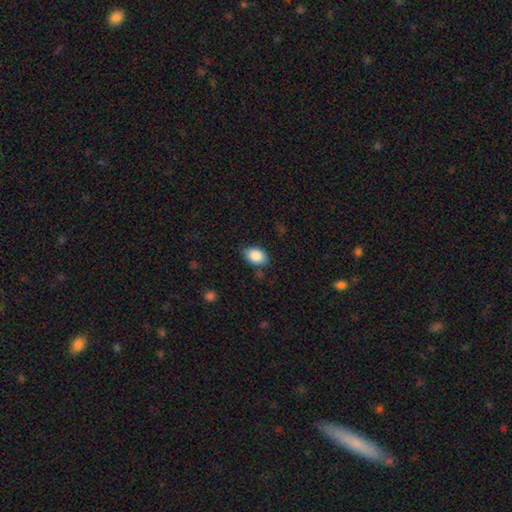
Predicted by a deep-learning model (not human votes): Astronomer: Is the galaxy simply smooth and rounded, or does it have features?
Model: smooth — 87%.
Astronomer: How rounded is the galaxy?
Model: in between — 83%.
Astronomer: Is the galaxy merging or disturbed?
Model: none — 77%.